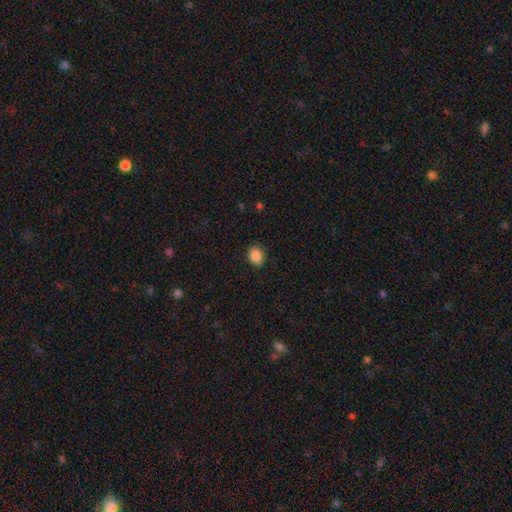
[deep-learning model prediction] A smooth galaxy with no disk features (88%) that is in between round and cigar-shaped (58%). Merging: none (86%).